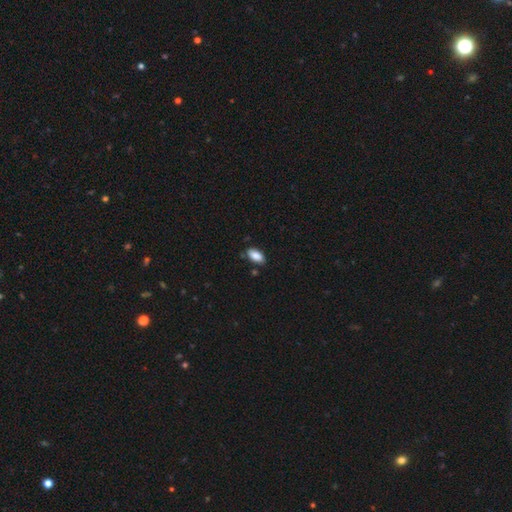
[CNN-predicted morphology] The model was most divided on "merging": none: 79%, minor disturbance: 16%, major disturbance: 3%, merger: 2%. More confident: how rounded — in between (92%); smooth or featured — smooth (87%).